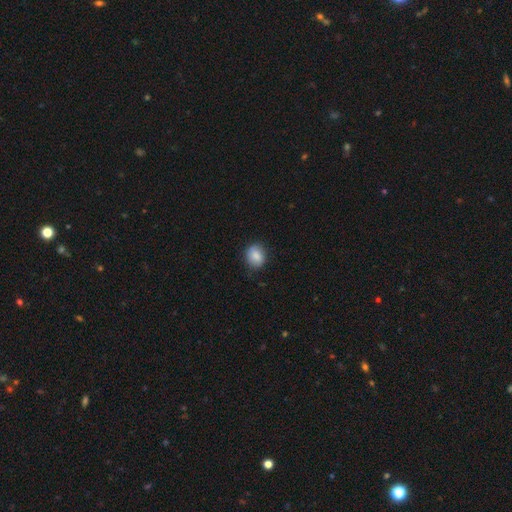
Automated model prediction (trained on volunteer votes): Smooth or featured? Predicted: smooth (p=0.83). How rounded? Predicted: round (p=0.64). Merging? Predicted: none (p=0.79).